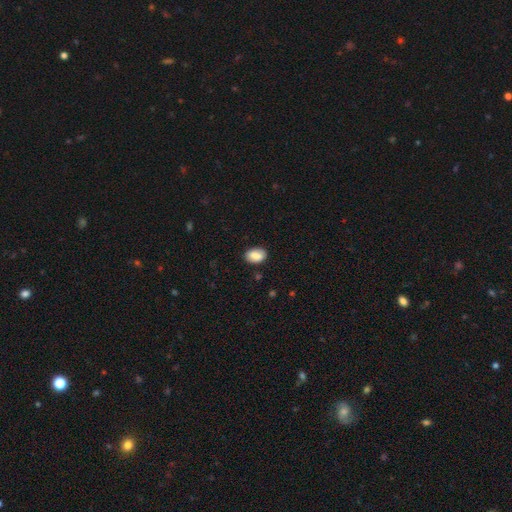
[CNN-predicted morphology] This is clearly a smooth galaxy (87%). How rounded: clearly in between (88%). Merging: clearly none (83%).